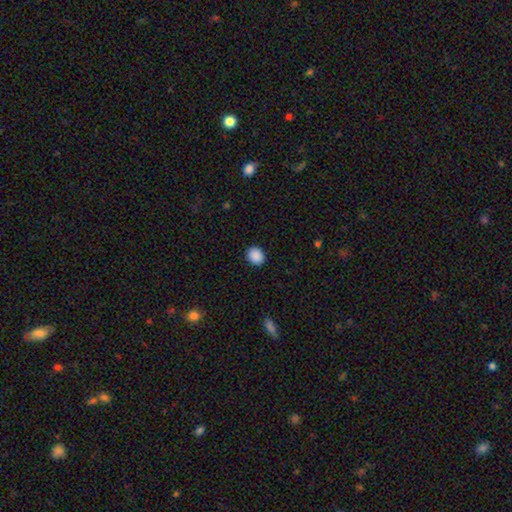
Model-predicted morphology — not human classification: smooth 90%, star or artifact 8%, featured or disk 2%. Down the decision tree: how rounded — round (64%); merging — none (90%).